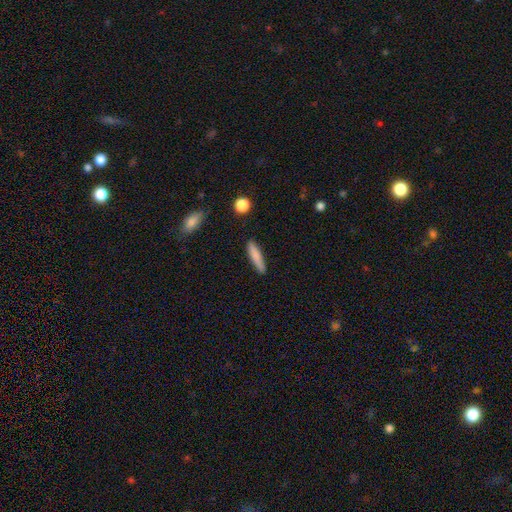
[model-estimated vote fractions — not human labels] Smooth or featured? smooth (79%)
How rounded? cigar-shaped (85%)
Merging? none (81%)